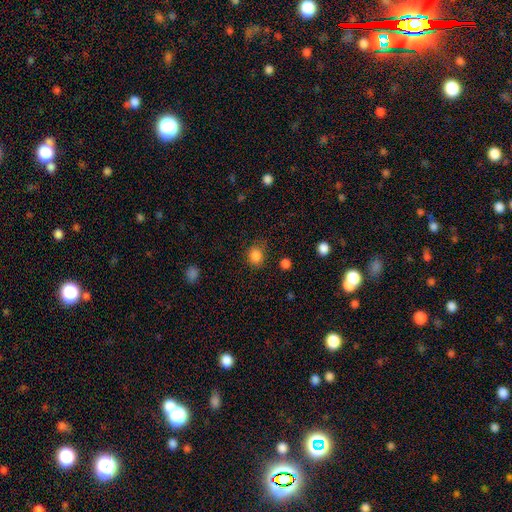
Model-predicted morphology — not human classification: Smooth or featured? smooth (85%)
How rounded? round (67%)
Merging? none (76%)